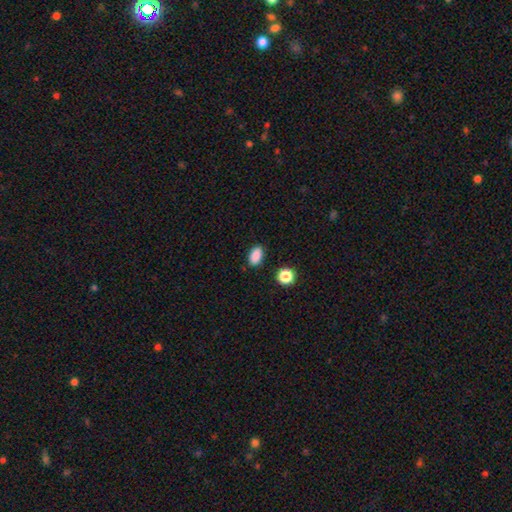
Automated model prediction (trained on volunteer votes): Smooth or featured: smooth — 87% (star or artifact — 10%)
How rounded: in between — 88% (round — 9%)
Merging: none — 86% (minor disturbance — 9%)